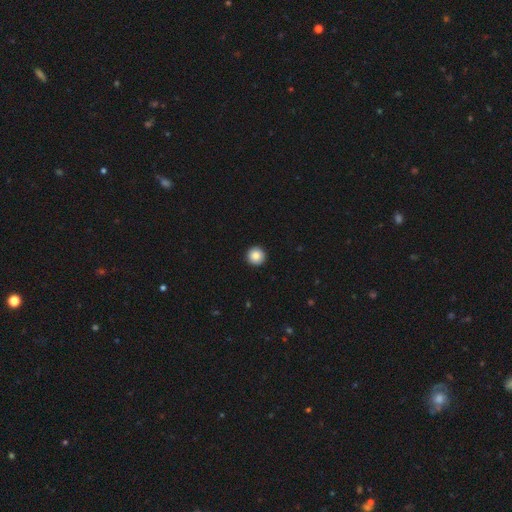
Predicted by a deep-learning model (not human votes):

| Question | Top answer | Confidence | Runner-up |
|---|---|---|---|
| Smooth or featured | smooth | 86% | star or artifact (9%) |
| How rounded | round | 96% | in between (3%) |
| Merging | none | 94% | minor disturbance (4%) |